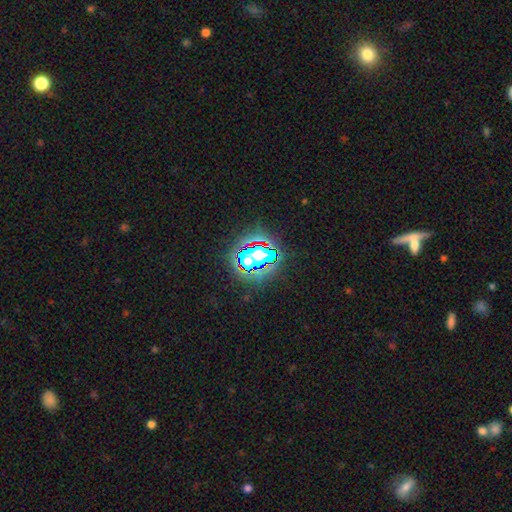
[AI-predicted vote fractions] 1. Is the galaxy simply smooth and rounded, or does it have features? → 63% star or artifact, 24% smooth, 13% featured or disk.